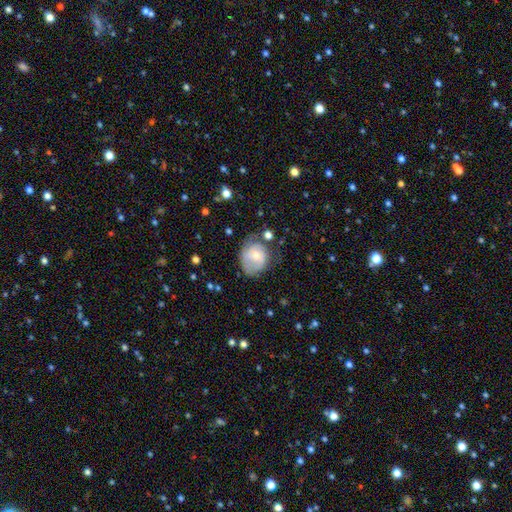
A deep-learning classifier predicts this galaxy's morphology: A smooth galaxy with no disk features (50%) that is round (54%).

Vote fractions:
- Smooth or featured? smooth: 50% / featured or disk: 42% / star or artifact: 8%
- How rounded? round: 54% / in between: 45% / cigar-shaped: 1%
- Merging? none: 46% / minor disturbance: 32% / major disturbance: 17% / merger: 5%